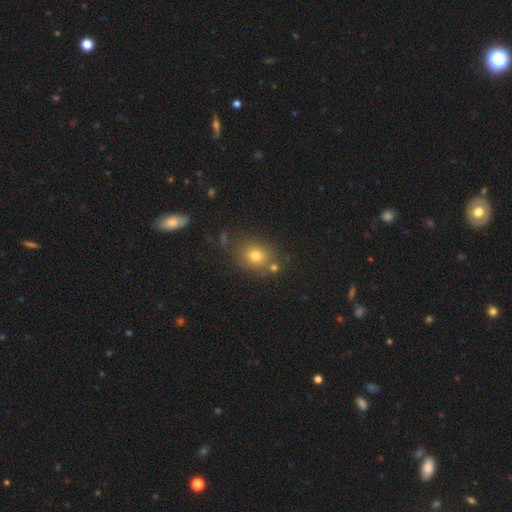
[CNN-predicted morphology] Smooth or featured?
  - smooth: 74% *
  - star or artifact: 15%
  - featured or disk: 11%
How rounded?
  - round: 65% *
  - in between: 34%
  - cigar-shaped: 1%
Merging?
  - none: 74% *
  - minor disturbance: 12%
  - merger: 10%
  - major disturbance: 4%